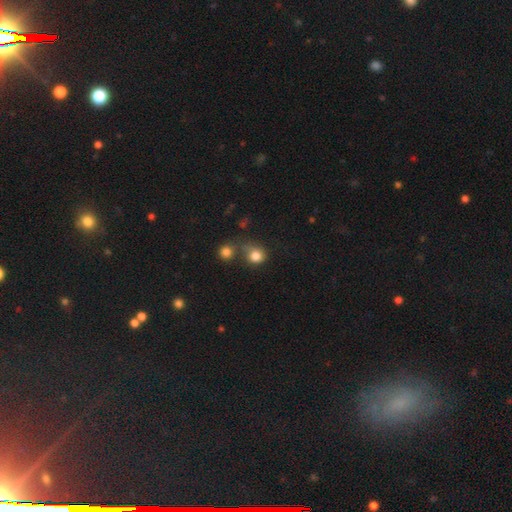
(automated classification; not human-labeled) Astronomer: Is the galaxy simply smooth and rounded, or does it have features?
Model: smooth — 82%.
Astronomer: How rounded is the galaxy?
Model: round — 79%.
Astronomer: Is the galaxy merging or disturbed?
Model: none — 46% (runner-up: merger, 29%).